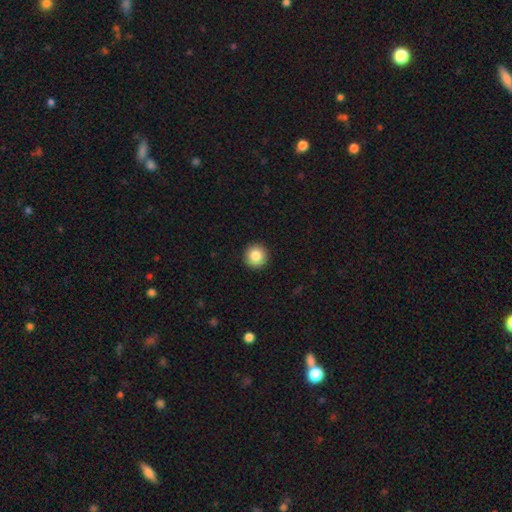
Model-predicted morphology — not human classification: smooth-or-featured: smooth: 85% | star or artifact: 9% | featured or disk: 6%
  how-rounded: round: 96% | in between: 3% | cigar-shaped: 1%
  merging: none: 93% | minor disturbance: 4% | major disturbance: 1% | merger: 1%